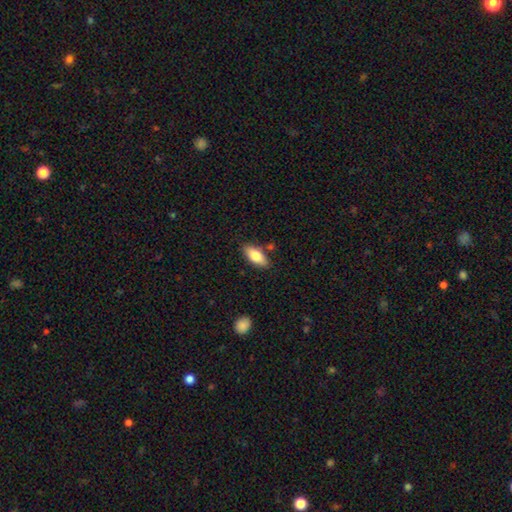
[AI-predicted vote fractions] smooth 77%, featured or disk 17%, star or artifact 6%. Down the decision tree: how rounded — in between (83%); merging — none (81%).